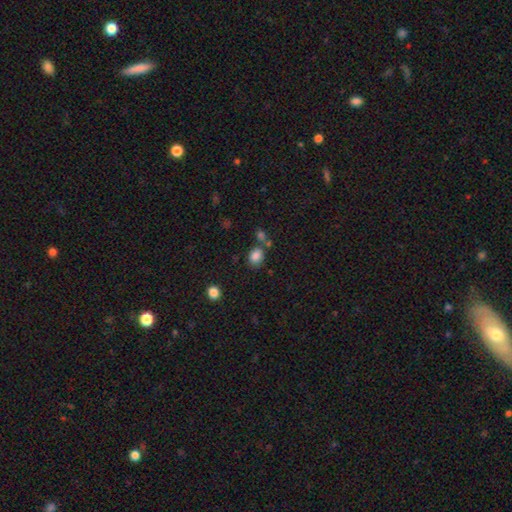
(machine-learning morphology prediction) This appears to be a smooth galaxy with no disk features (84%) that is round (50%). Merging: none (63%).